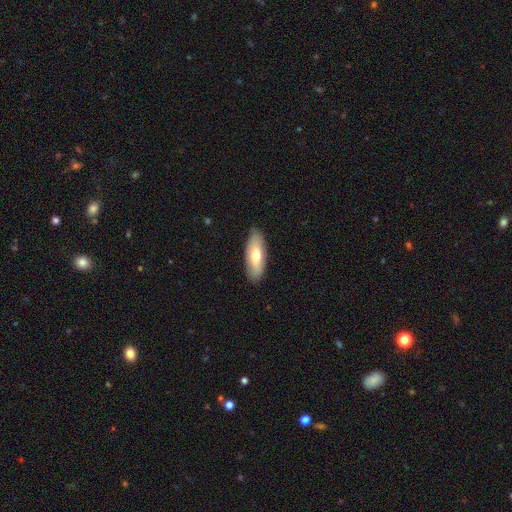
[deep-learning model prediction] smooth 67%, featured or disk 27%, star or artifact 6%. Down the decision tree: how rounded — in between (70%); merging — none (86%).